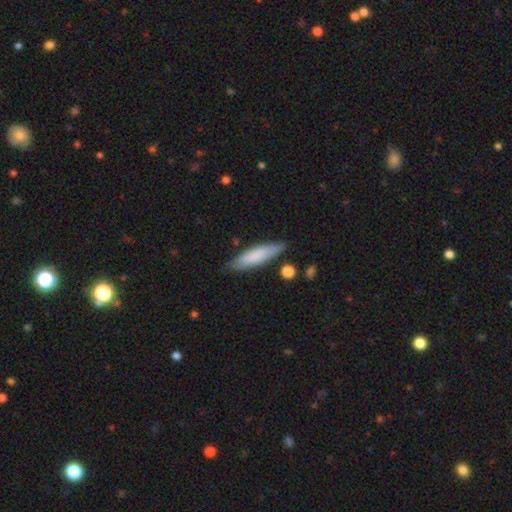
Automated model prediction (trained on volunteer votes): A smooth galaxy with no disk features (75%) that is cigar-shaped (76%). Merging: none (83%).